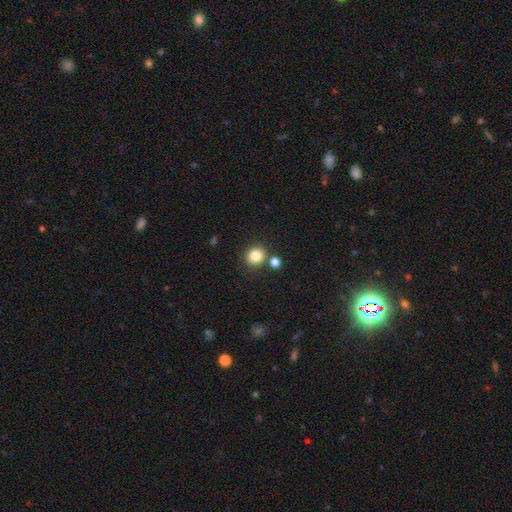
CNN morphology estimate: This appears to be a smooth galaxy with no disk features (83%) that is round (86%). Merging: none (78%).